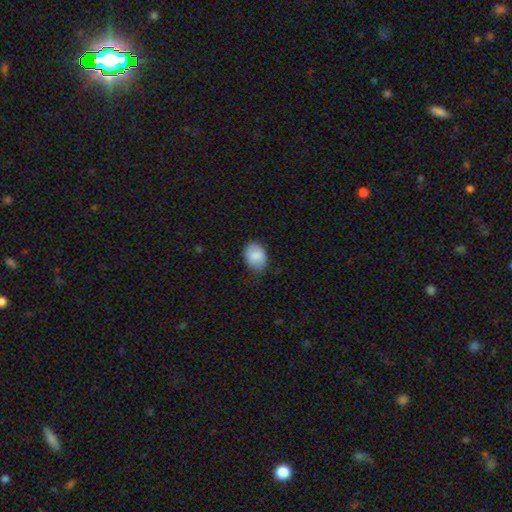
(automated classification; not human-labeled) smooth 84%, featured or disk 9%, star or artifact 7%. Down the decision tree: how rounded — in between (69%); merging — none (70%).